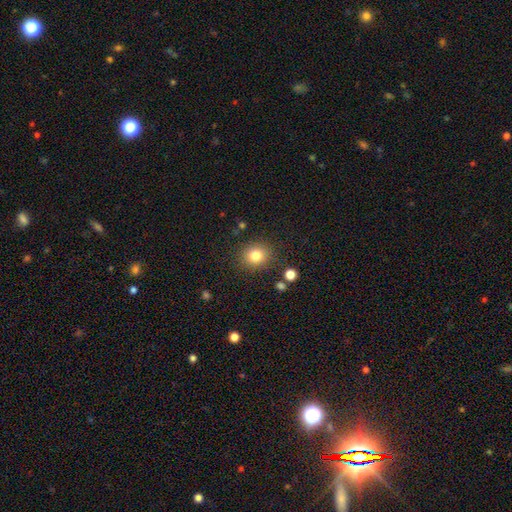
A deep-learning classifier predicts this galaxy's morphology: Smooth or featured?
  - smooth: 81% *
  - star or artifact: 12%
  - featured or disk: 7%
How rounded?
  - round: 79% *
  - in between: 20%
  - cigar-shaped: 1%
Merging?
  - none: 86% *
  - minor disturbance: 8%
  - major disturbance: 3%
  - merger: 2%